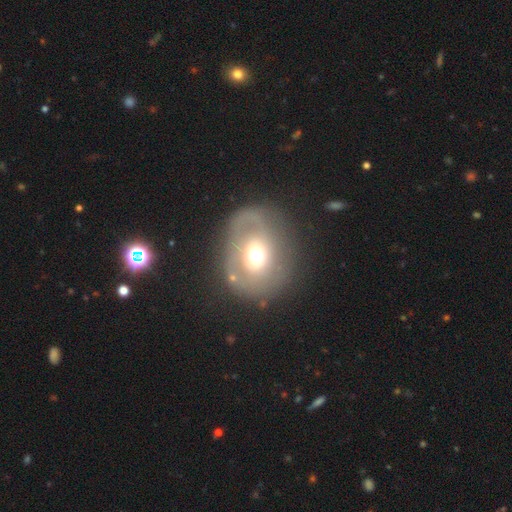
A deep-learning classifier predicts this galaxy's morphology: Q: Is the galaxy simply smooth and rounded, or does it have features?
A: smooth — 46%.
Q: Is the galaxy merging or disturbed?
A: none — 58%.